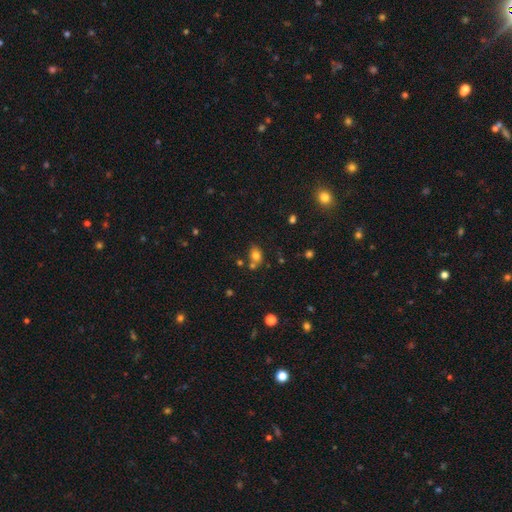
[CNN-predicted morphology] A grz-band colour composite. It shows a smooth galaxy with no disk features (76%) that is in between round and cigar-shaped (64%). Merging: none (59%).